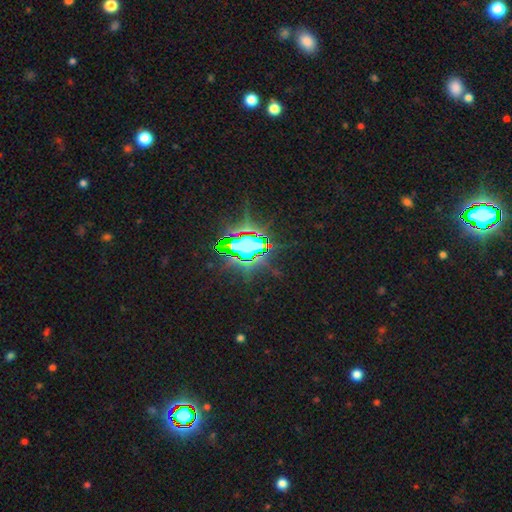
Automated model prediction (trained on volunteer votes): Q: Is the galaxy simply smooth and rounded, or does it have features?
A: star or artifact — 79%.